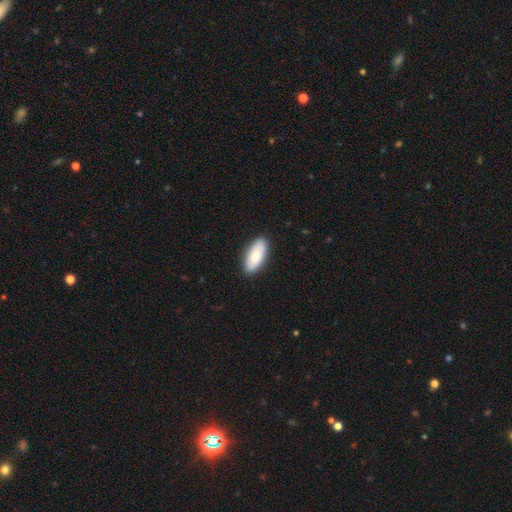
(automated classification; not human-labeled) smooth 84%, featured or disk 10%, star or artifact 5%. Down the decision tree: how rounded — in between (85%); merging — none (88%).